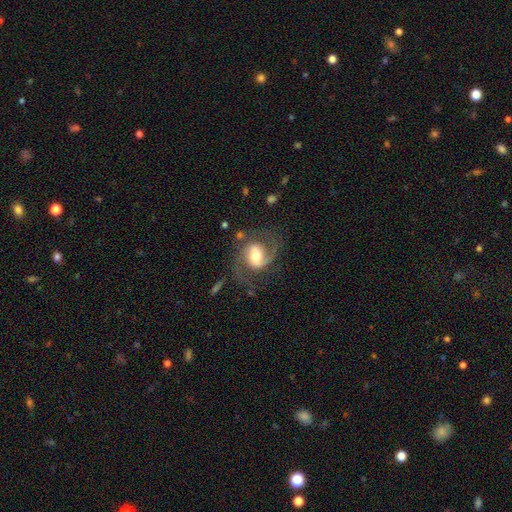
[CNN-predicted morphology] featured or disk 85%, smooth 9%, star or artifact 6%. Down the decision tree: edge-on disk — no (98%); bar — weak (47%); spiral arms — yes (96%); spiral arm count — 2 (89%); spiral winding — medium (57%); bulge size — moderate (57%); merging — none (68%).